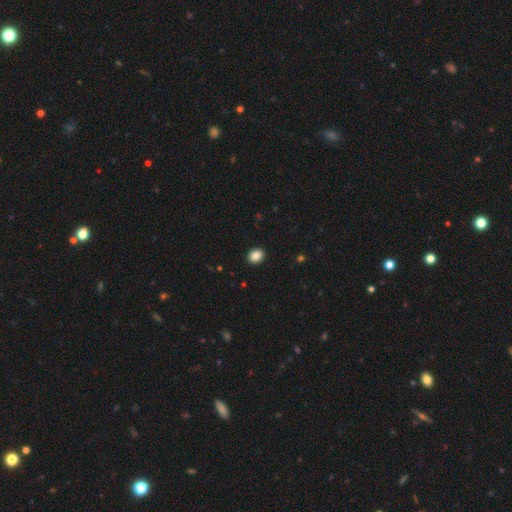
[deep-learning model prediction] Smooth or featured?
  - smooth: 86% *
  - star or artifact: 9%
  - featured or disk: 4%
How rounded?
  - round: 55% *
  - in between: 44%
  - cigar-shaped: 1%
Merging?
  - none: 92% *
  - minor disturbance: 5%
  - major disturbance: 2%
  - merger: 1%